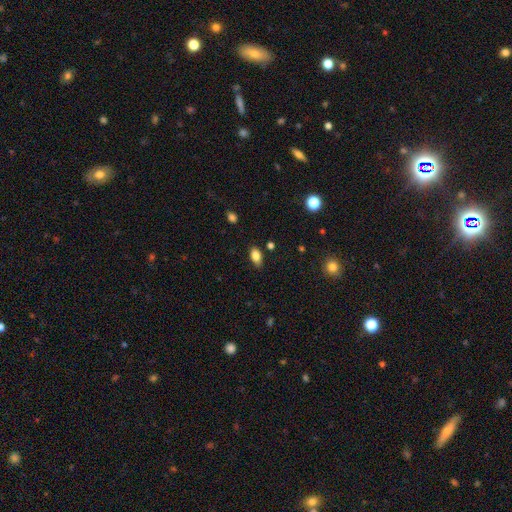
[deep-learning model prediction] smooth 85%, star or artifact 9%, featured or disk 6%. Down the decision tree: how rounded — in between (91%); merging — none (82%).